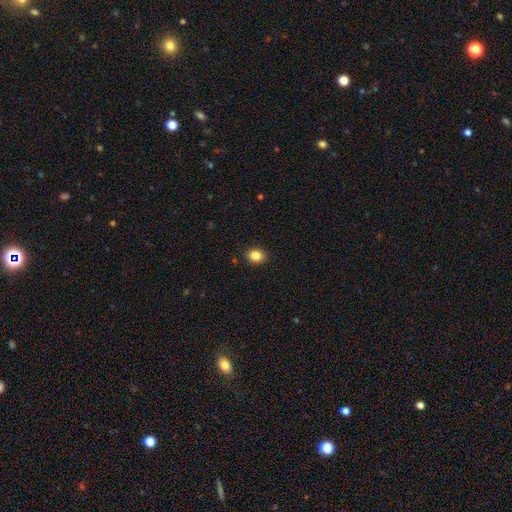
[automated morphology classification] This is clearly a smooth galaxy (85%). How rounded: possibly in between (58%). Merging: clearly none (90%).